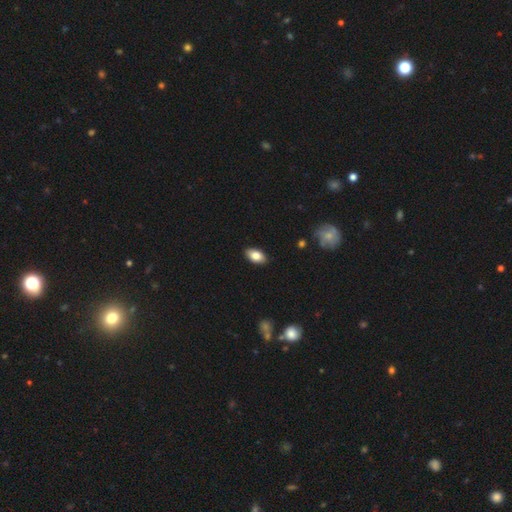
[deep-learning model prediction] Morphology: type=smooth (82%); roundness=in between (93%); merging=none (88%).